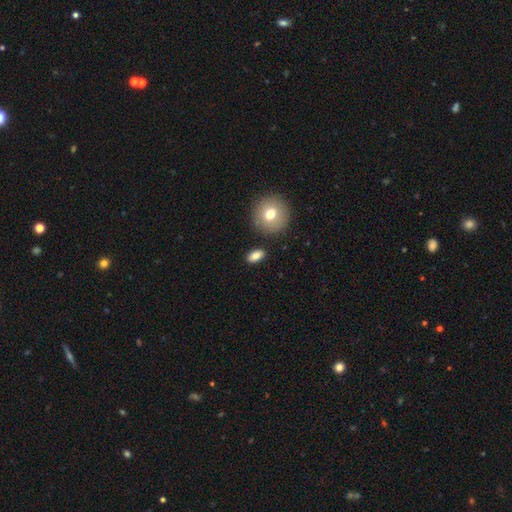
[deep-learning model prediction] Smooth or featured: smooth — 83% (featured or disk — 9%)
How rounded: in between — 83% (round — 11%)
Merging: none — 86% (minor disturbance — 8%)